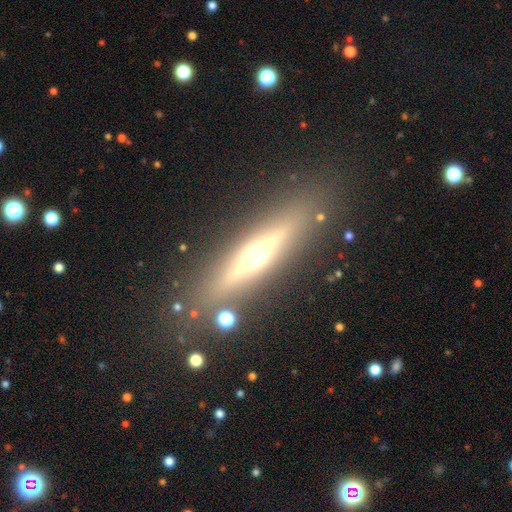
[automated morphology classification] Smooth or featured: featured or disk — 70% (smooth — 22%)
Edge-on disk: yes — 95% (no — 5%)
Edge-on bulge: rounded — 92% (boxy — 5%)
Merging: none — 85% (minor disturbance — 9%)